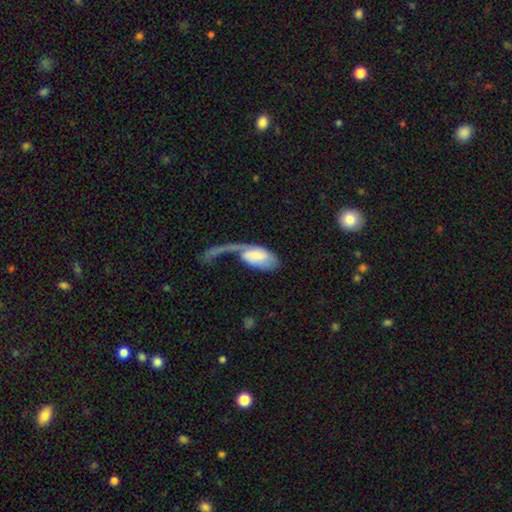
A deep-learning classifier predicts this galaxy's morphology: type=featured or disk (48%); merging=major disturbance (61%).